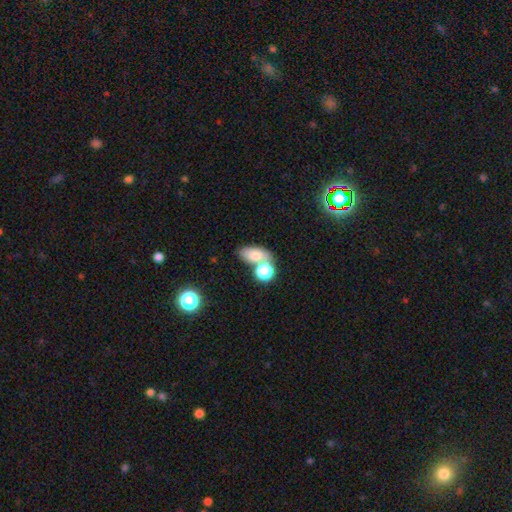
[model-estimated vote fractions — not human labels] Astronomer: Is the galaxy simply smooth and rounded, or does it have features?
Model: smooth — 74%.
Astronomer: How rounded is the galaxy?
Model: in between — 82%.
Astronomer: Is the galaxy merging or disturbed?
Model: none — 50% (runner-up: merger, 32%).